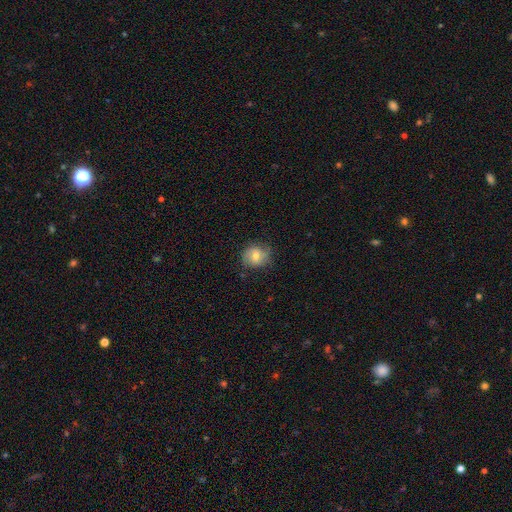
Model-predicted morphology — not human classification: Overall: smooth (61%; featured or disk 30%). How rounded: round (72%). Merging: none (73%).